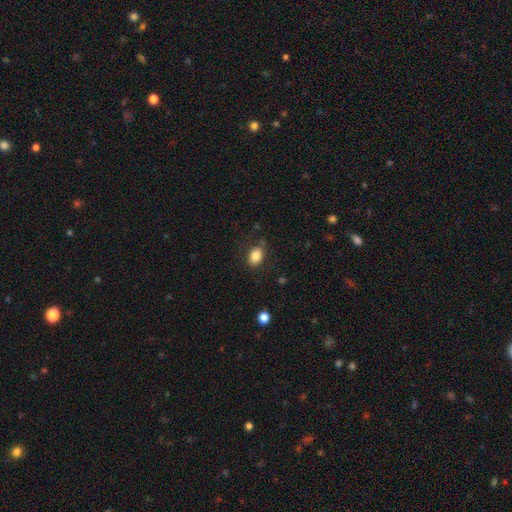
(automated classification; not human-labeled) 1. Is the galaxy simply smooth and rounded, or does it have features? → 84% smooth, 9% star or artifact, 7% featured or disk.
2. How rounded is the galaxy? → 79% in between, 20% round, 1% cigar-shaped.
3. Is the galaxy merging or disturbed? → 80% none, 15% minor disturbance, 4% major disturbance, 2% merger.